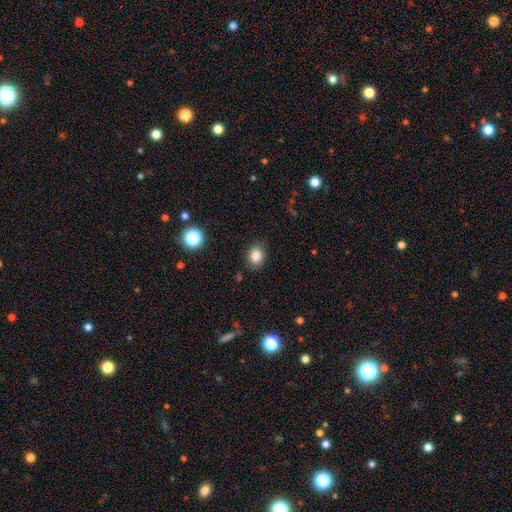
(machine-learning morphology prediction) Overall: smooth (83%). How rounded: round (54%; in between 45%). Merging: none (86%).